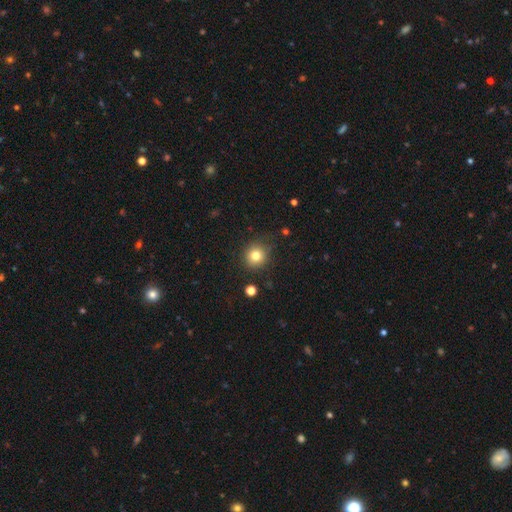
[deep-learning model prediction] The model was most divided on "smooth or featured": smooth: 80%, star or artifact: 13%, featured or disk: 7%. More confident: how rounded — round (91%); merging — none (84%).